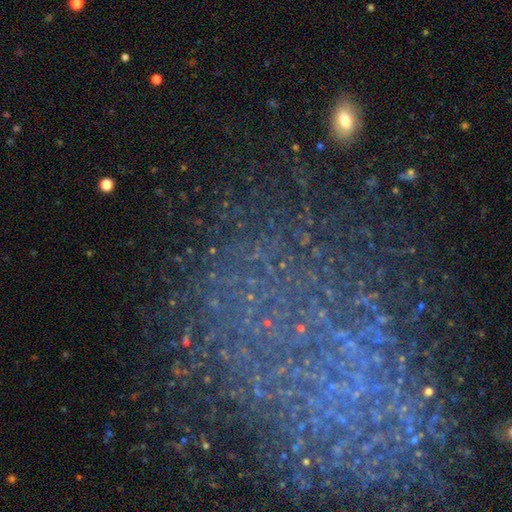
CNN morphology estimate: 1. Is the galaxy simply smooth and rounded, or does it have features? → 61% star or artifact, 24% featured or disk, 15% smooth.